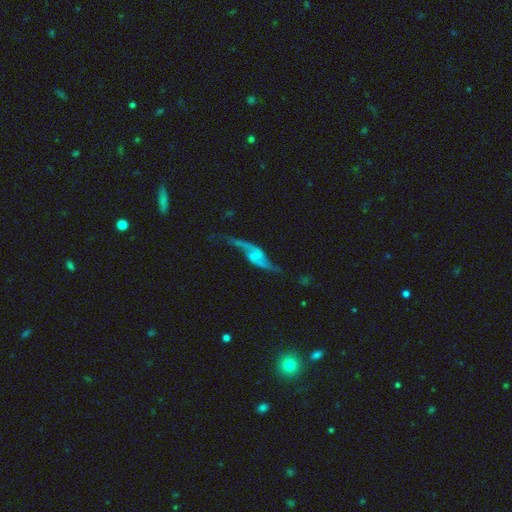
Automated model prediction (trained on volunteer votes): This appears to be a featured or disk galaxy (84%) with no bar (40%), 2 (92%) loose (88%) spiral arms (93%) and no central bulge (63%). Merging: none (56%).